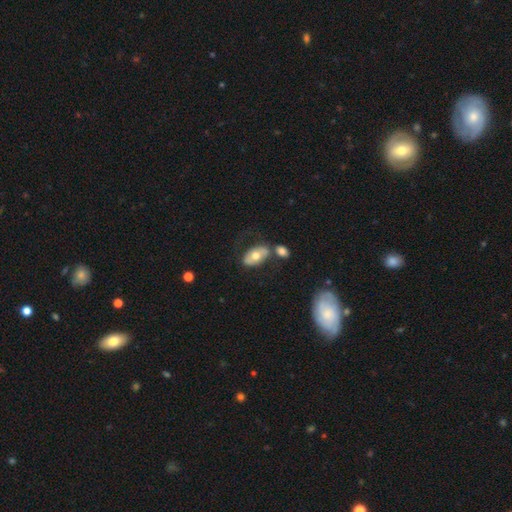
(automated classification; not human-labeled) Smooth or featured? Predicted: smooth (p=0.57). How rounded? Predicted: in between (p=0.92). Merging? Predicted: none (p=0.50).